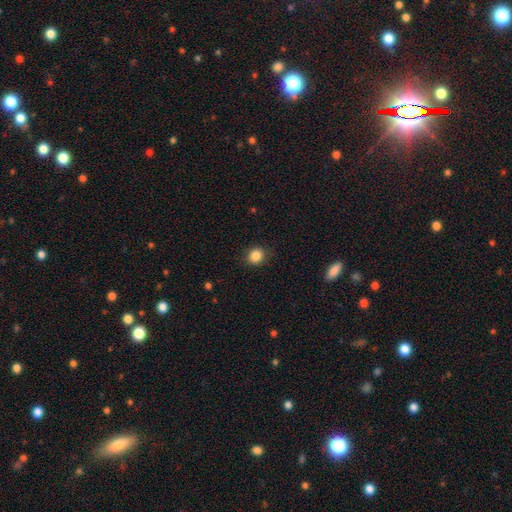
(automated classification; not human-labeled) This is clearly a smooth galaxy (86%). How rounded: likely round (78%). Merging: clearly none (85%).